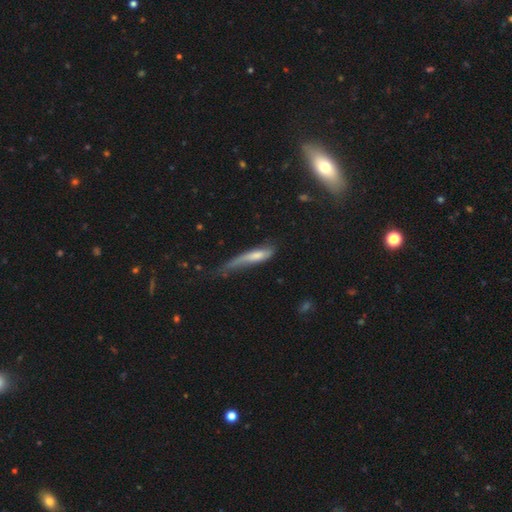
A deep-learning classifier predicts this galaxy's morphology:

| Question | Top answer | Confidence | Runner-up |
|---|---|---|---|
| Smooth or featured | smooth | 67% | featured or disk (26%) |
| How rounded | cigar-shaped | 76% | in between (22%) |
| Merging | major disturbance | 35% | minor disturbance (33%) |